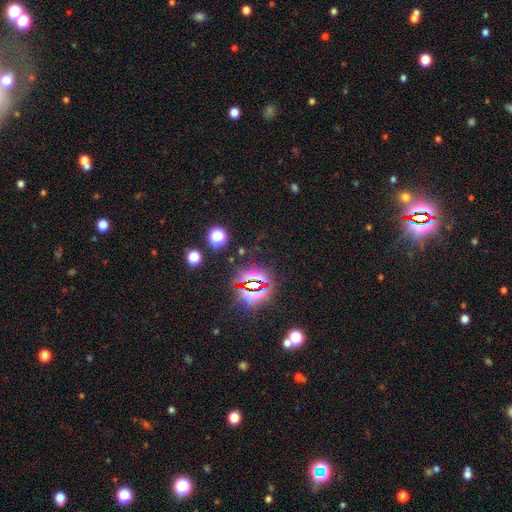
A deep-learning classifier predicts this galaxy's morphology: Q: Smooth or featured?
A: star or artifact (82%); runner-up: smooth (11%)